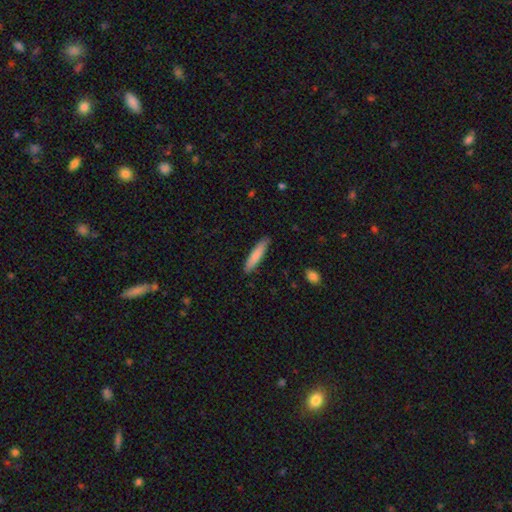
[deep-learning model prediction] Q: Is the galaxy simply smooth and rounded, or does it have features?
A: smooth — 79%.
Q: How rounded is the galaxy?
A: cigar-shaped — 86%.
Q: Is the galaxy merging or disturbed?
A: none — 89%.